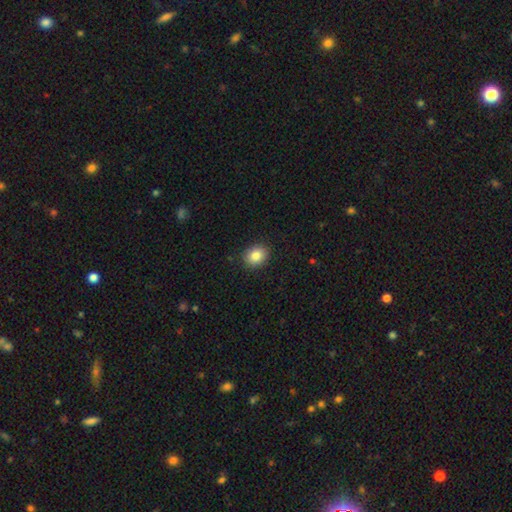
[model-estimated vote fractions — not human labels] Smooth or featured?
  - smooth: 84% *
  - star or artifact: 9%
  - featured or disk: 7%
How rounded?
  - in between: 50% *
  - round: 49%
  - cigar-shaped: 1%
Merging?
  - none: 90% *
  - minor disturbance: 7%
  - major disturbance: 2%
  - merger: 1%